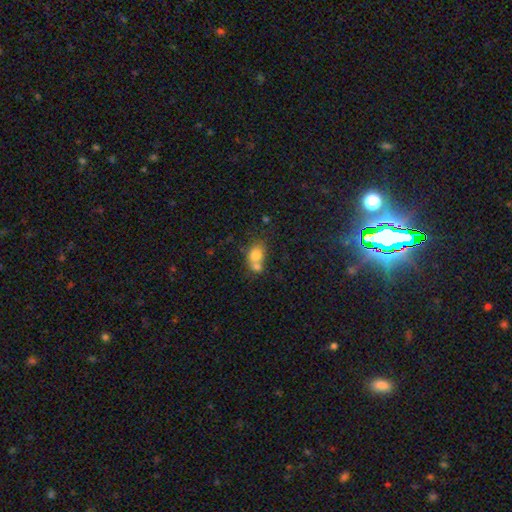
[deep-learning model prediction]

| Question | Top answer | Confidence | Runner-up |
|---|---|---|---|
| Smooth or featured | smooth | 75% | featured or disk (14%) |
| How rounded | round | 50% | in between (48%) |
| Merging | merger | 59% | none (28%) |